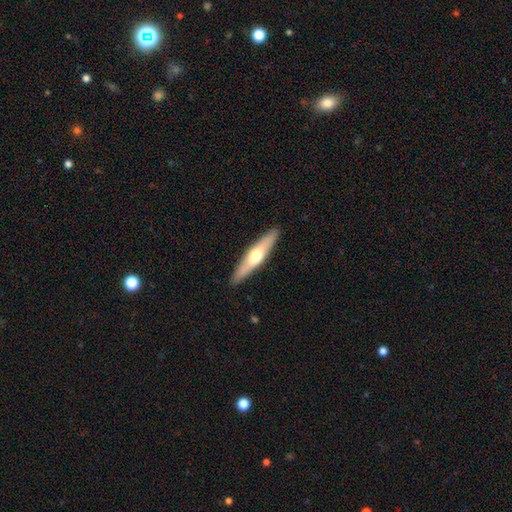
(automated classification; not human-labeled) Smooth or featured? Predicted: featured or disk (p=0.49). Merging? Predicted: none (p=0.90).